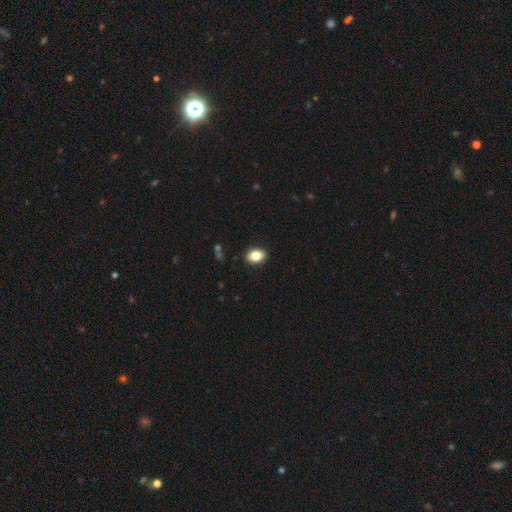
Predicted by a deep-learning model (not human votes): Smooth or featured? Predicted: smooth (p=0.83). How rounded? Predicted: in between (p=0.83). Merging? Predicted: none (p=0.89).